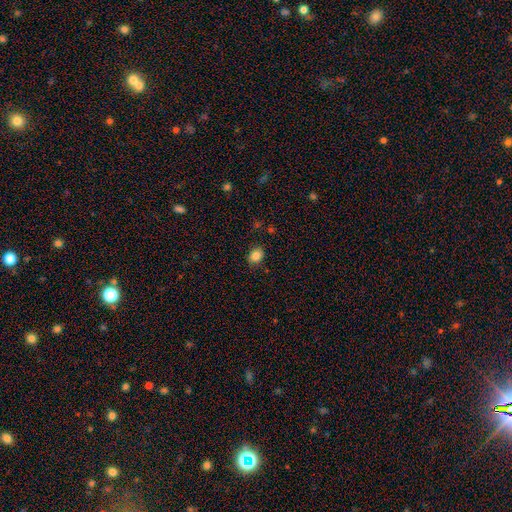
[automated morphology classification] Smooth or featured? smooth (85%)
How rounded? in between (56%)
Merging? none (83%)